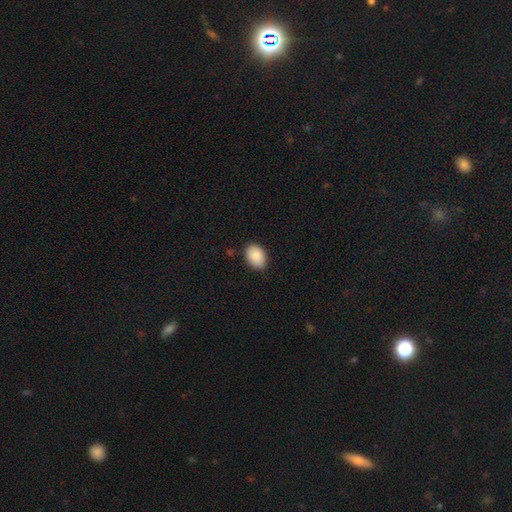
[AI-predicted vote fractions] Morphology: type=smooth (90%); roundness=in between (82%); merging=none (83%).